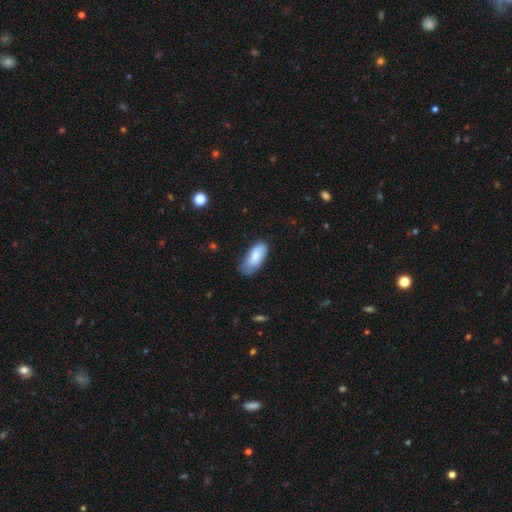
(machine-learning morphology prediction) This appears to be a smooth galaxy with no disk features (80%) that is in between round and cigar-shaped (90%). Merging: none (58%).